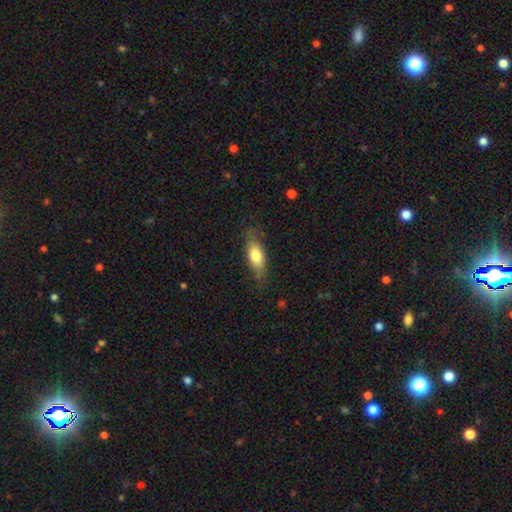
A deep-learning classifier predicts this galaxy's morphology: A smooth galaxy with no disk features (74%) that is in between round and cigar-shaped (72%).

Vote fractions:
- Smooth or featured? smooth: 74% / featured or disk: 20% / star or artifact: 6%
- How rounded? in between: 72% / cigar-shaped: 25% / round: 3%
- Merging? none: 73% / minor disturbance: 20% / major disturbance: 5% / merger: 1%